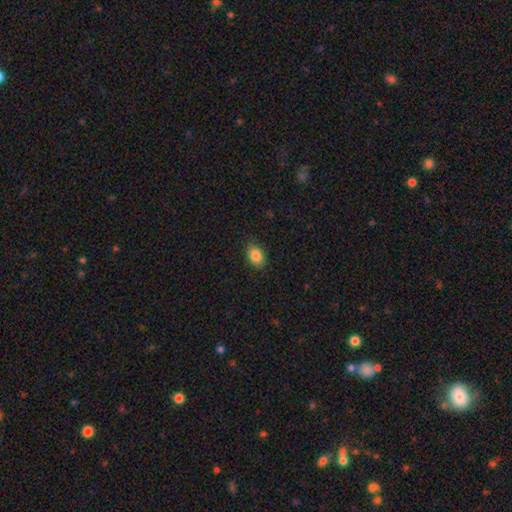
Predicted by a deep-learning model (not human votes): Smooth or featured? smooth (86%)
How rounded? in between (77%)
Merging? none (85%)